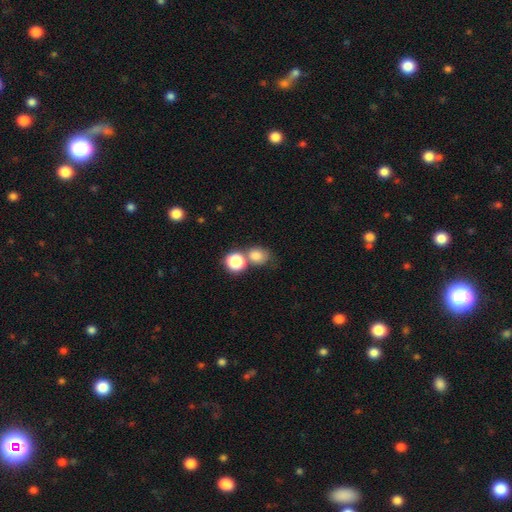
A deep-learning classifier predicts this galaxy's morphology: smooth_or_featured: smooth (p=0.78) [alt: star or artifact p=0.13]
how_rounded: round (p=0.66) [alt: in between p=0.33]
merging: none (p=0.48) [alt: merger p=0.36]